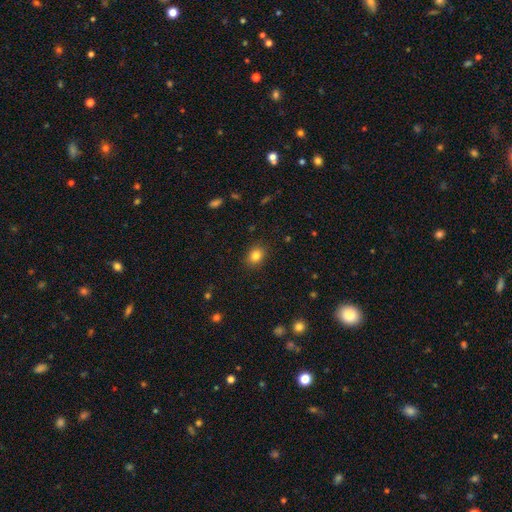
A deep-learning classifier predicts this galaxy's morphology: Overall: smooth (84%). How rounded: round (50%; in between 49%). Merging: none (89%).